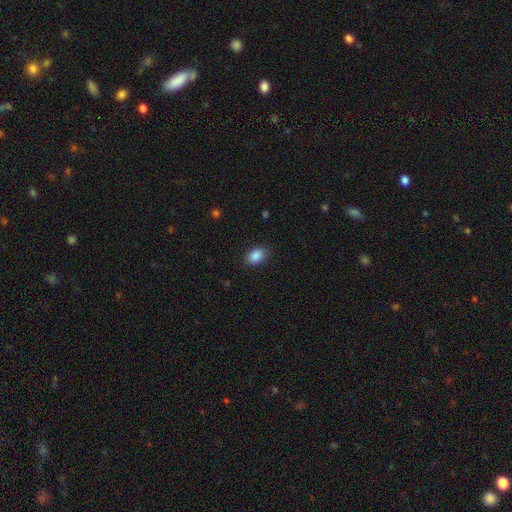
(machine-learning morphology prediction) Overall: smooth (88%). How rounded: in between (83%). Merging: none (87%).